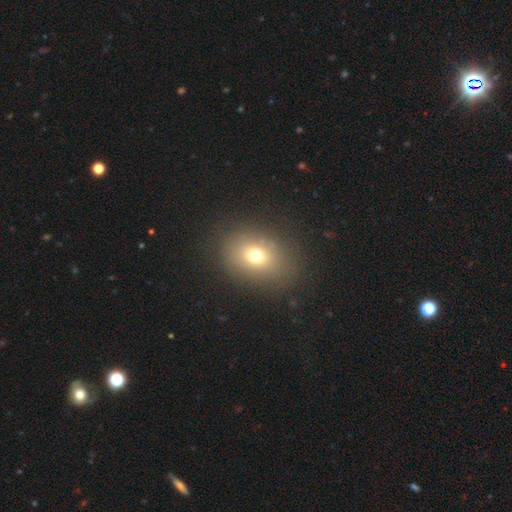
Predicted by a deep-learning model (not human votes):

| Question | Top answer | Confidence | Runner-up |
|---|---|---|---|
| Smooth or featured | smooth | 71% | star or artifact (15%) |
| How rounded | in between | 60% | round (39%) |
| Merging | none | 81% | minor disturbance (12%) |